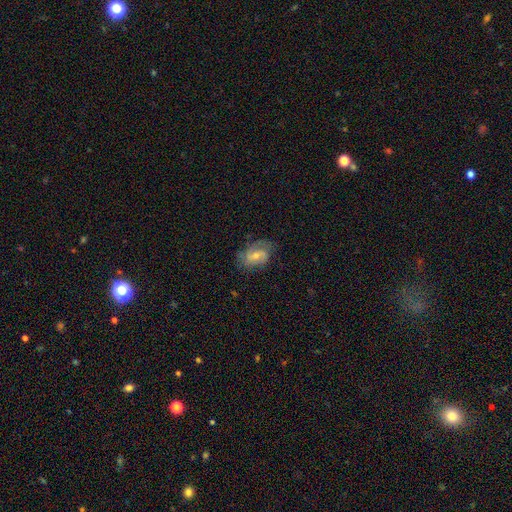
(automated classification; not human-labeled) smooth-or-featured: featured or disk: 66% | smooth: 25% | star or artifact: 10%
  disk-edge-on: no: 96% | yes: 4%
    bar: no: 50% | weak: 41% | strong: 9%
    has-spiral-arms: yes: 88% | no: 12%
      spiral-winding: medium: 42% | tight: 40% | loose: 18%
      spiral-arm-count: 2: 49% | can't tell: 27% | 3: 11% | 1: 8% | 4: 3% | more than 4: 3%
    bulge-size: small: 52% | moderate: 42% | none: 3% | large: 2% | dominant: 1%
  merging: none: 67% | minor disturbance: 22% | major disturbance: 10% | merger: 1%